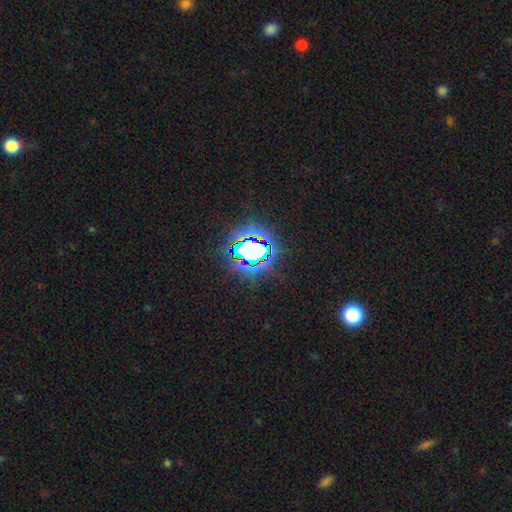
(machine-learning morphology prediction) smooth_or_featured: star or artifact (p=0.80) [alt: smooth p=0.13]